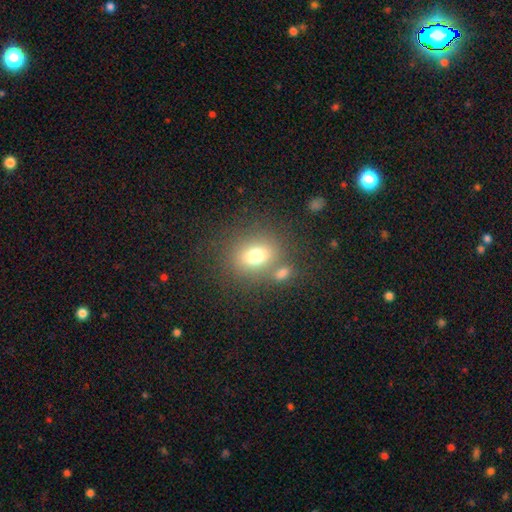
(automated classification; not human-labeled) Smooth or featured?
  - smooth: 73% *
  - featured or disk: 14%
  - star or artifact: 13%
How rounded?
  - round: 56% *
  - in between: 43%
  - cigar-shaped: 1%
Merging?
  - none: 63% *
  - merger: 20%
  - minor disturbance: 12%
  - major disturbance: 6%